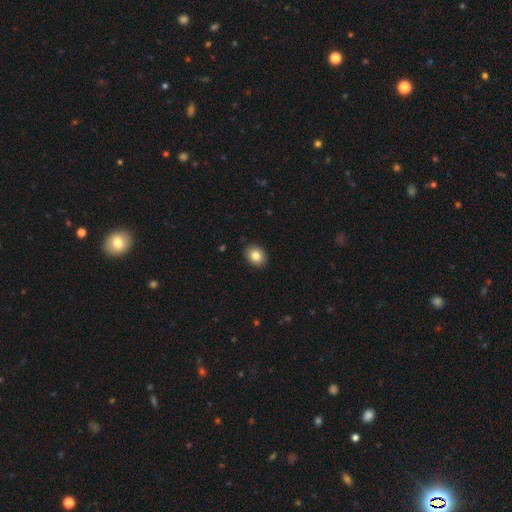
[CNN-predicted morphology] The model was most divided on "how rounded": round: 51%, in between: 48%, cigar-shaped: 1%. More confident: merging — none (91%); smooth or featured — smooth (83%).